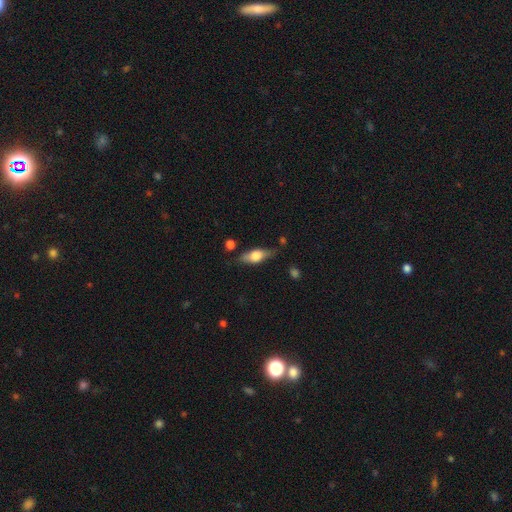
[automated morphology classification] This is possibly a smooth galaxy (52%). How rounded: likely in between (65%). Merging: likely none (74%).